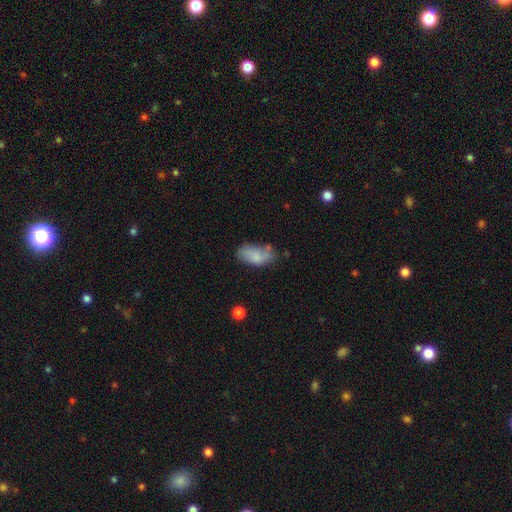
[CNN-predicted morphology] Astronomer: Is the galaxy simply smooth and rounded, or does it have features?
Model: smooth — 73%.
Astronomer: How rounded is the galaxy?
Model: in between — 91%.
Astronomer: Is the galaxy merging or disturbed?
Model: none — 46% (runner-up: minor disturbance, 30%).